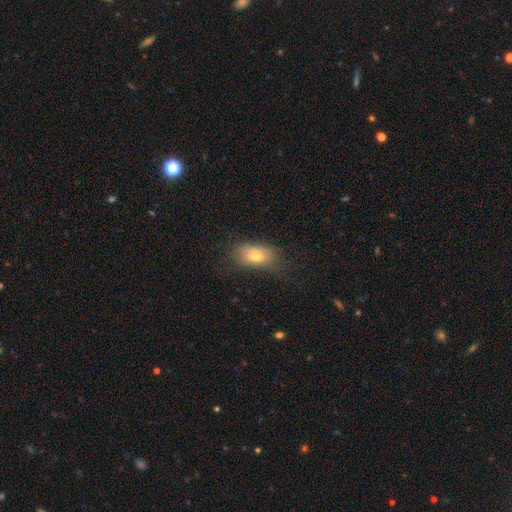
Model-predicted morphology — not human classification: A smooth galaxy with no disk features (73%) that is in between round and cigar-shaped (86%). Merging: none (66%).